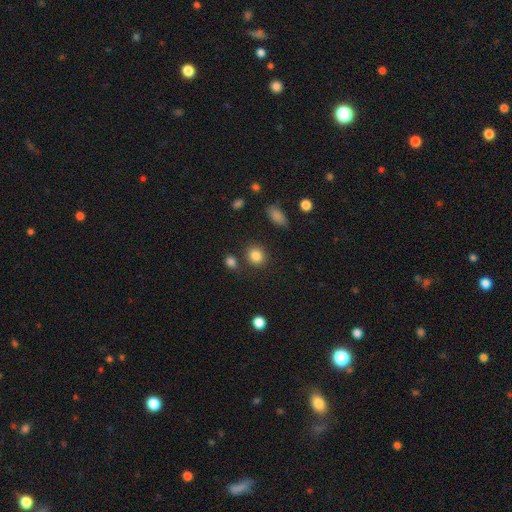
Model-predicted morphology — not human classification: Smooth or featured? Predicted: smooth (p=0.85). How rounded? Predicted: round (p=0.81). Merging? Predicted: none (p=0.81).